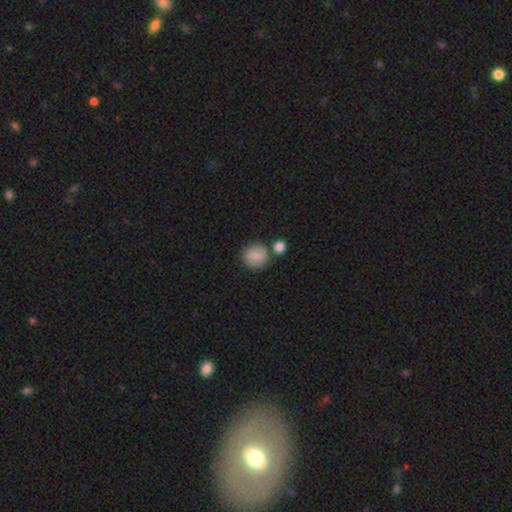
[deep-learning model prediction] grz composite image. It shows a smooth galaxy with no disk features (83%) that is round (87%). Merging: none (67%).